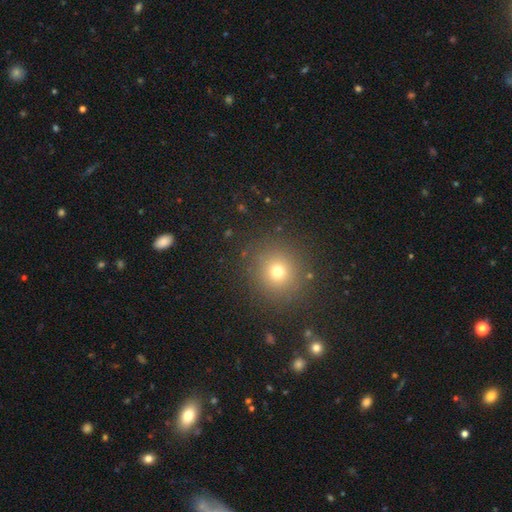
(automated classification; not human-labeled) smooth 63%, star or artifact 30%, featured or disk 8%. Down the decision tree: how rounded — round (91%); merging — none (90%).